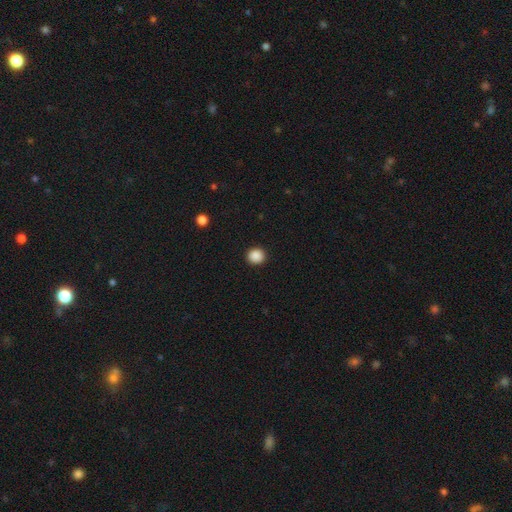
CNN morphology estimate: Overall: smooth (89%). How rounded: round (88%). Merging: none (92%).